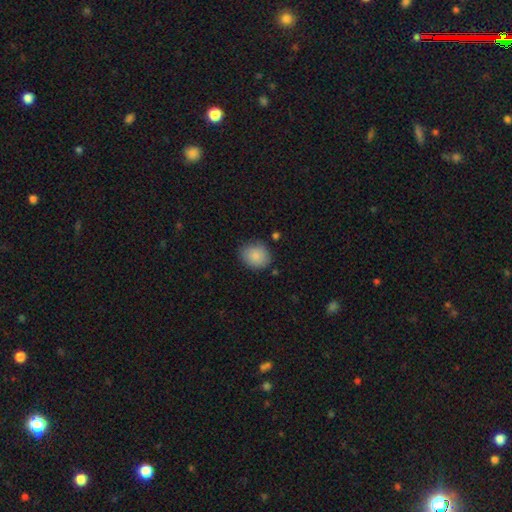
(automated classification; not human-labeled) smooth-or-featured: smooth: 87% | star or artifact: 8% | featured or disk: 6%
  how-rounded: round: 64% | in between: 35% | cigar-shaped: 1%
  merging: none: 79% | minor disturbance: 16% | major disturbance: 3% | merger: 2%